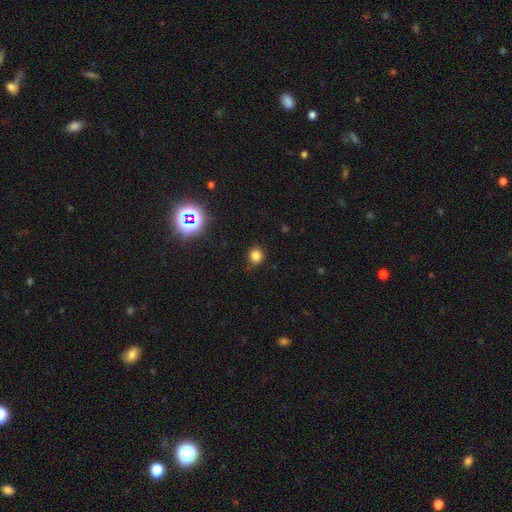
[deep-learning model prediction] Smooth or featured? smooth (79%)
How rounded? round (85%)
Merging? none (88%)